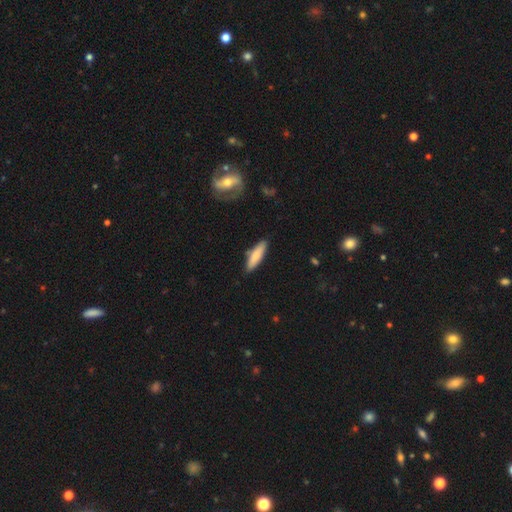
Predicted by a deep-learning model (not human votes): smooth 78%, featured or disk 16%, star or artifact 6%. Down the decision tree: how rounded — cigar-shaped (70%); merging — none (83%).